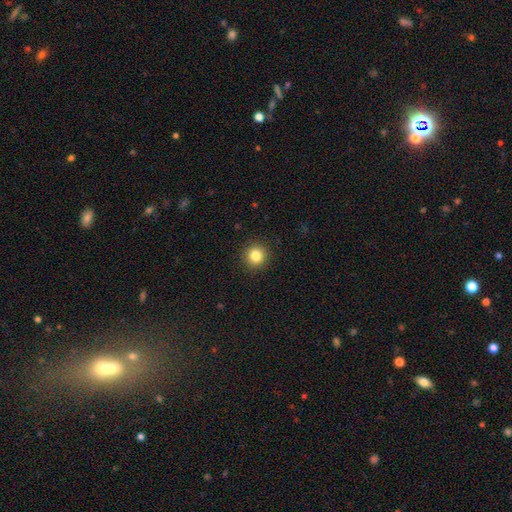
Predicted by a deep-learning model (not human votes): smooth 84%, star or artifact 11%, featured or disk 5%. Down the decision tree: how rounded — round (94%); merging — none (93%).